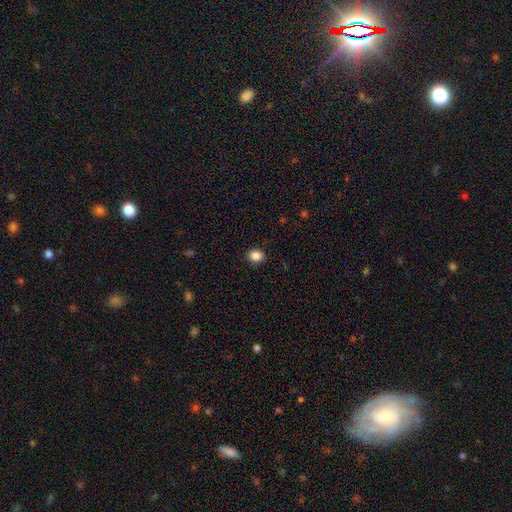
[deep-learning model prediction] smooth-or-featured: smooth: 86% | star or artifact: 10% | featured or disk: 4%
  how-rounded: round: 56% | in between: 43% | cigar-shaped: 1%
  merging: none: 91% | minor disturbance: 7% | major disturbance: 2% | merger: 1%